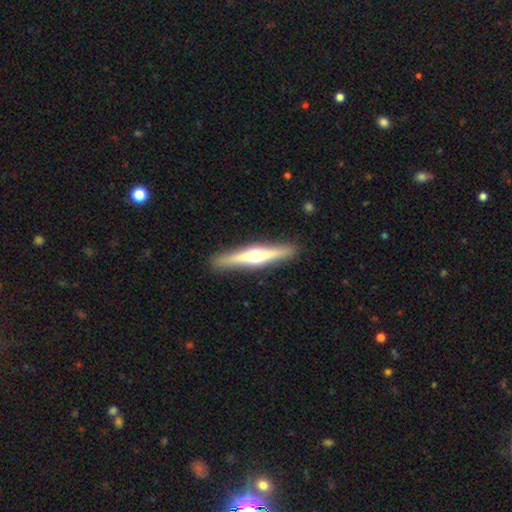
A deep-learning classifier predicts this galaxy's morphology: Smooth or featured: featured or disk — 68% (smooth — 27%)
Edge-on disk: yes — 97% (no — 3%)
Edge-on bulge: rounded — 91% (boxy — 5%)
Merging: none — 91% (minor disturbance — 7%)